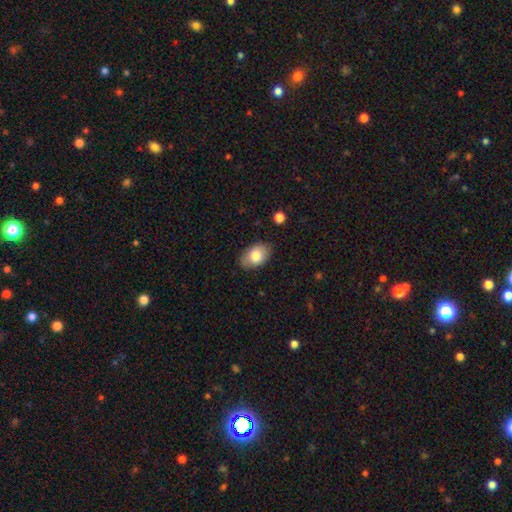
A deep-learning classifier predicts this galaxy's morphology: This is clearly a smooth galaxy (80%). How rounded: clearly in between (89%). Merging: clearly none (84%).